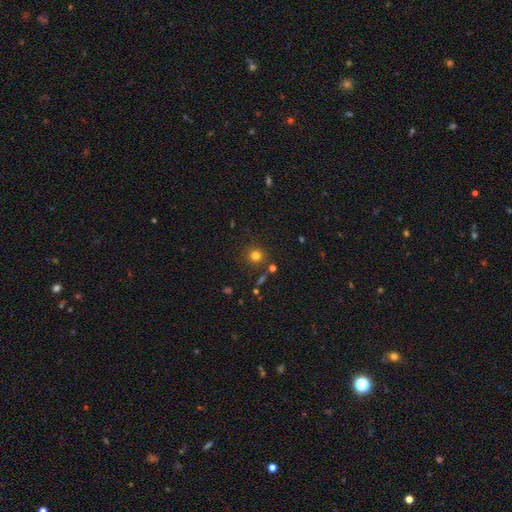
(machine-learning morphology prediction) A smooth galaxy with no disk features (76%) that is round (92%).

Vote fractions:
- Smooth or featured? smooth: 76% / star or artifact: 17% / featured or disk: 7%
- How rounded? round: 92% / in between: 7% / cigar-shaped: 1%
- Merging? none: 84% / minor disturbance: 8% / merger: 5% / major disturbance: 3%